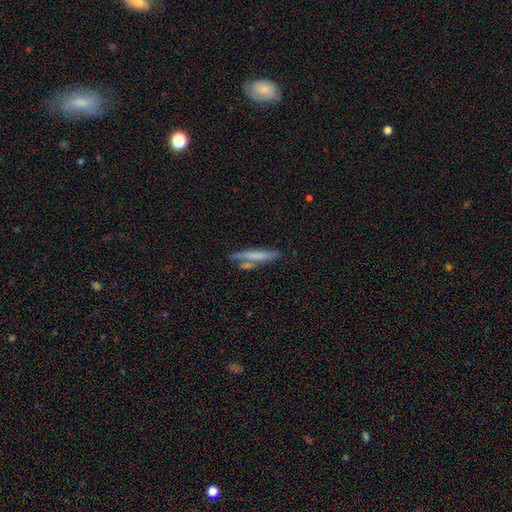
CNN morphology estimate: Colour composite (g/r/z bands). It shows a smooth galaxy with no disk features (61%) that is cigar-shaped (91%). Merging: none (63%).